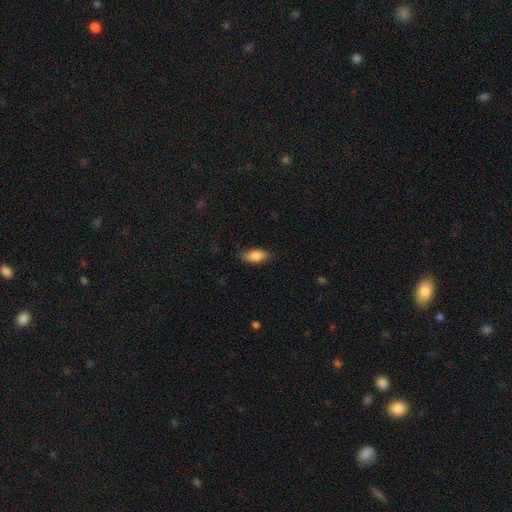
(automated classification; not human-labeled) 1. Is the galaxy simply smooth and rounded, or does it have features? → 84% smooth, 9% featured or disk, 7% star or artifact.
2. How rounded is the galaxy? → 89% in between, 7% cigar-shaped, 3% round.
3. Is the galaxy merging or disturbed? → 81% none, 16% minor disturbance, 3% major disturbance, 1% merger.